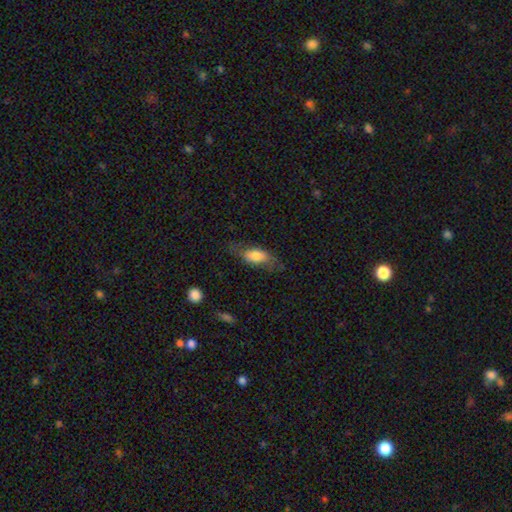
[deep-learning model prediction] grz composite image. It shows a smooth galaxy with no disk features (70%) that is in between round and cigar-shaped (80%). Merging: none (60%).